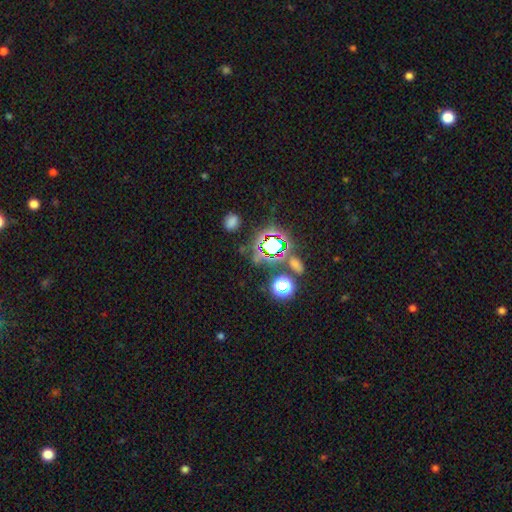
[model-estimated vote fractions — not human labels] This appears to be a star or artifact, not a galaxy (74%).